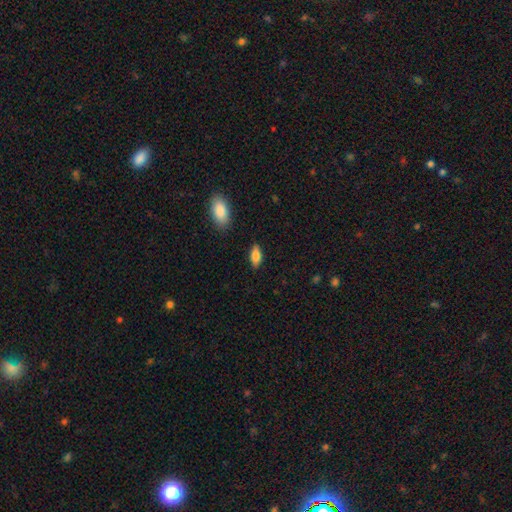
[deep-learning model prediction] A smooth galaxy with no disk features (79%) that is in between round and cigar-shaped (81%). Merging: none (86%).